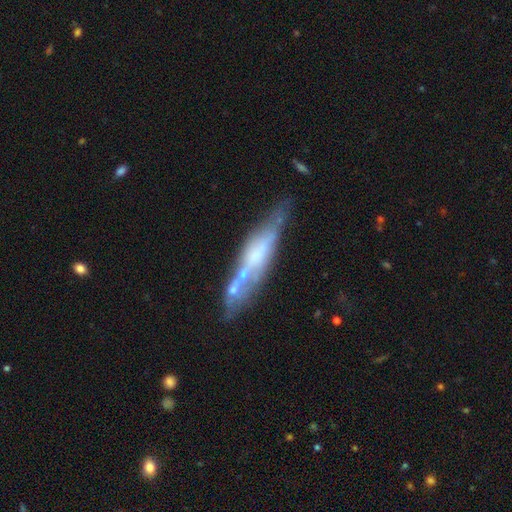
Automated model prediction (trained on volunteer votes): A featured or disk galaxy (60%) viewed edge-on (68%).

Vote fractions:
- Smooth or featured? featured or disk: 60% / smooth: 31% / star or artifact: 8%
- Edge-on disk? yes: 68% / no: 32%
- Merging? none: 49% / minor disturbance: 23% / merger: 17% / major disturbance: 11%